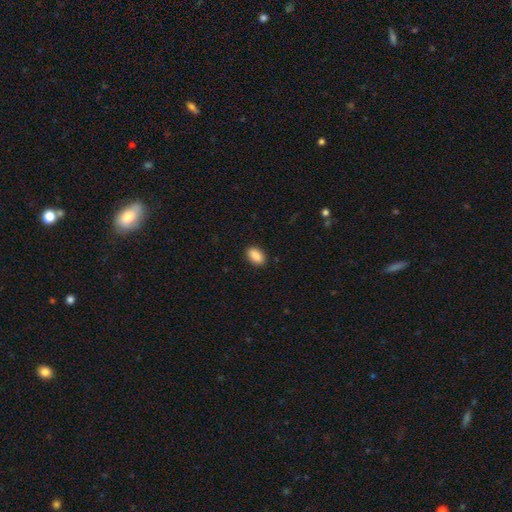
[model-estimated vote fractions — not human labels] smooth_or_featured: smooth (p=0.90) [alt: star or artifact p=0.07]
how_rounded: in between (p=0.92) [alt: round p=0.06]
merging: none (p=0.90) [alt: minor disturbance p=0.07]